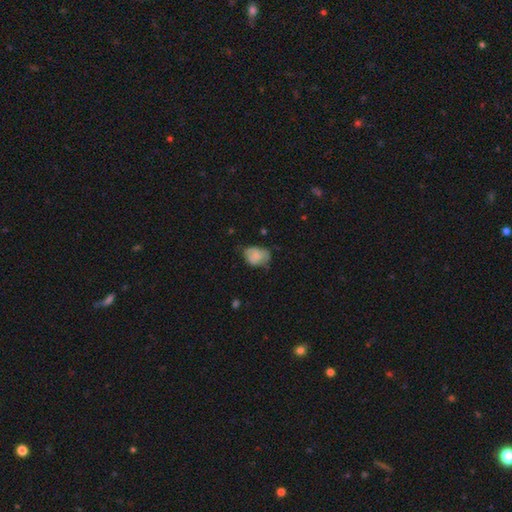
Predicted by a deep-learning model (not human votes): smooth_or_featured: smooth (p=0.67) [alt: featured or disk p=0.24]
how_rounded: in between (p=0.69) [alt: round p=0.30]
merging: none (p=0.41) [alt: minor disturbance p=0.38]